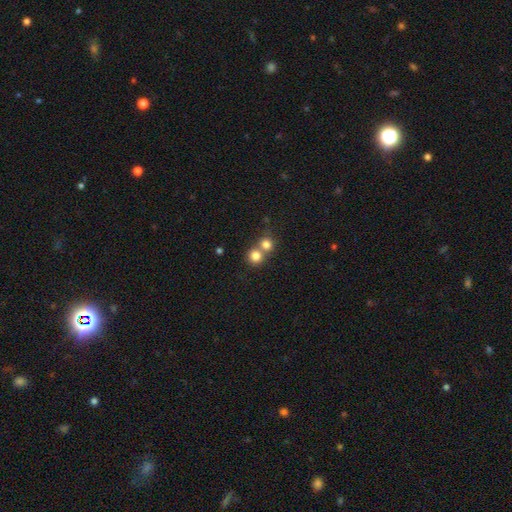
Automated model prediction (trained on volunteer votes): Q: Smooth or featured?
A: smooth (80%); runner-up: star or artifact (12%)
Q: How rounded?
A: round (89%); runner-up: in between (10%)
Q: Merging?
A: merger (50%); runner-up: none (44%)